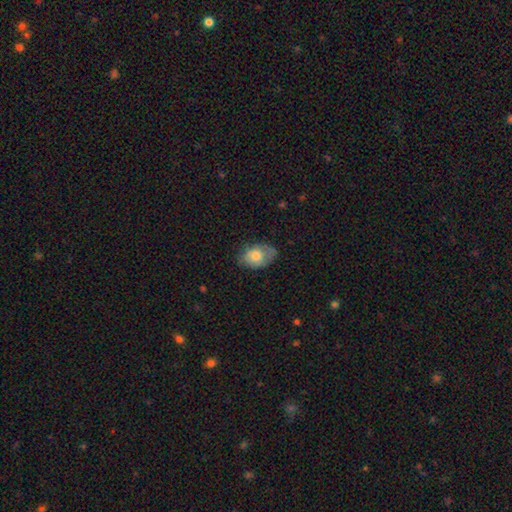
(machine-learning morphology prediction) smooth 70%, featured or disk 23%, star or artifact 7%. Down the decision tree: how rounded — in between (85%); merging — none (66%).